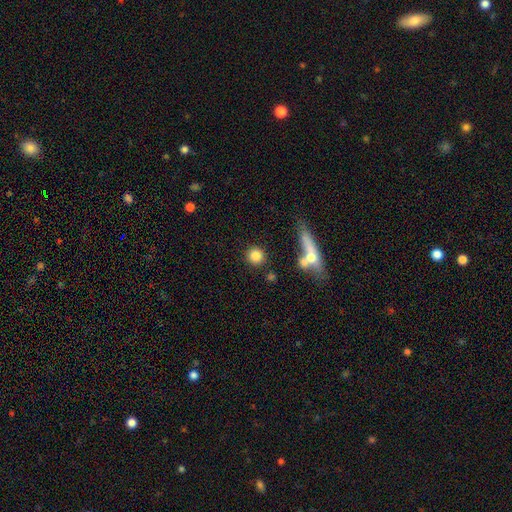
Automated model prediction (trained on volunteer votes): smooth 81%, featured or disk 10%, star or artifact 9%. Down the decision tree: how rounded — round (91%); merging — none (81%).